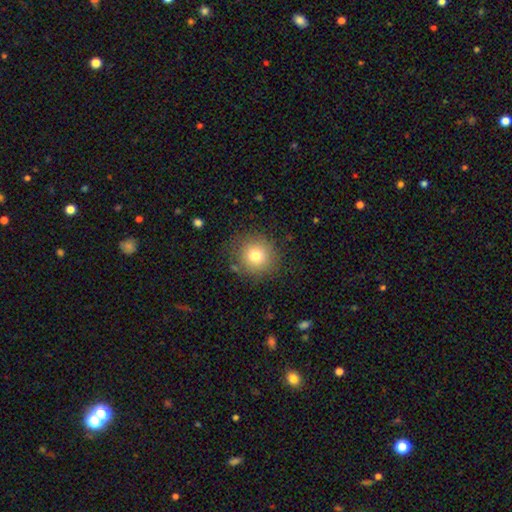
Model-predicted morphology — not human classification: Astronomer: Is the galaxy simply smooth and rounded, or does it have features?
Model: smooth — 77%.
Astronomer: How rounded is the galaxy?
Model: round — 93%.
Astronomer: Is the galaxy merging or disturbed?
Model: none — 83%.